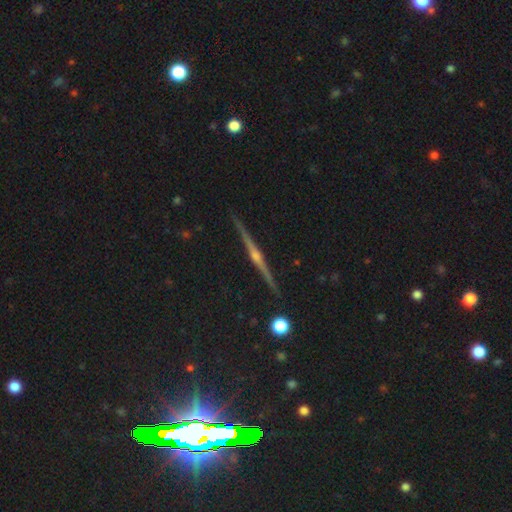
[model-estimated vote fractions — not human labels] Q: Smooth or featured?
A: featured or disk (81%); runner-up: star or artifact (11%)
Q: Edge-on disk?
A: yes (98%); runner-up: no (2%)
Q: Edge-on bulge?
A: rounded (87%); runner-up: none (7%)
Q: Merging?
A: none (91%); runner-up: minor disturbance (6%)